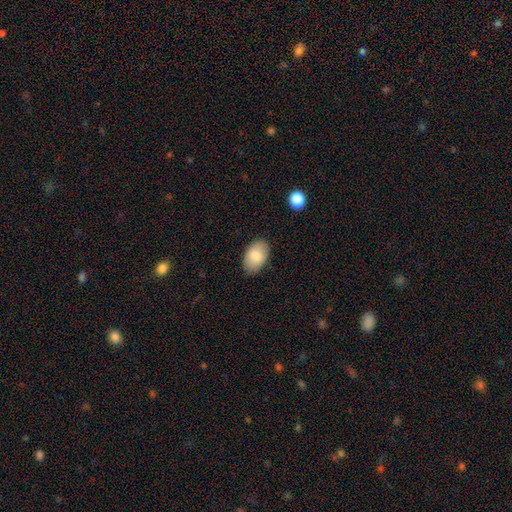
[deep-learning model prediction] Morphology: type=smooth (83%); roundness=in between (93%); merging=none (85%).